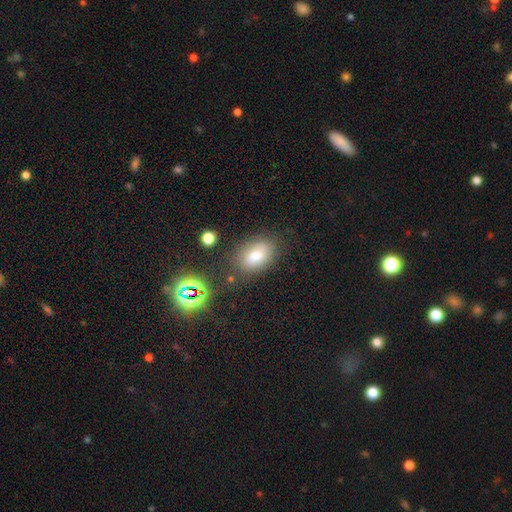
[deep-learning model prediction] smooth-or-featured: smooth: 70% | star or artifact: 17% | featured or disk: 14%
  how-rounded: in between: 82% | round: 16% | cigar-shaped: 2%
  merging: none: 75% | minor disturbance: 15% | merger: 5% | major disturbance: 4%